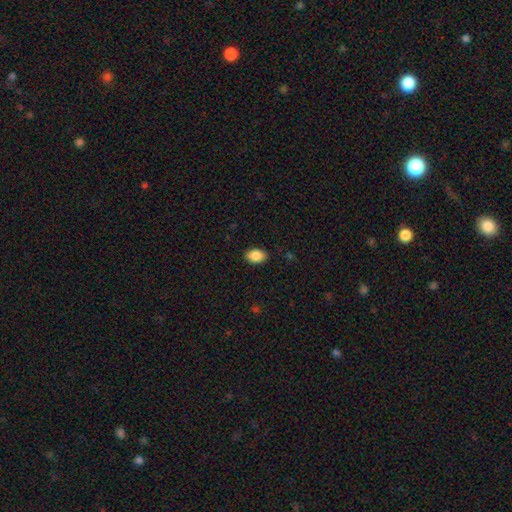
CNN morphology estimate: Smooth or featured? Predicted: smooth (p=0.87). How rounded? Predicted: in between (p=0.87). Merging? Predicted: none (p=0.89).